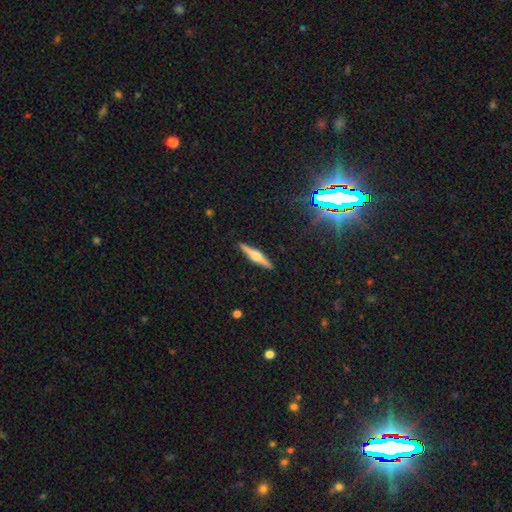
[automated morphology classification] This is likely a featured or disk galaxy (73%). It is clearly viewed edge-on (98%). Edge-on bulge: clearly rounded (92%). Merging: clearly none (92%).